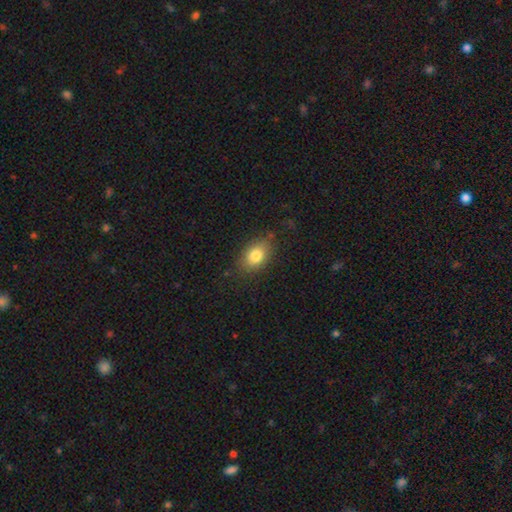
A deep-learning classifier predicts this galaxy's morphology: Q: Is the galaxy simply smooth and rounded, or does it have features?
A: smooth — 81%.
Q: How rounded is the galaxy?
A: in between — 82%.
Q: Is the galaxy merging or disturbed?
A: none — 80%.